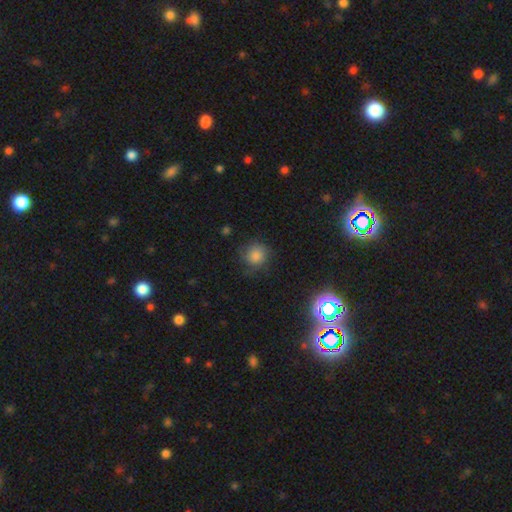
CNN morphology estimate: Q: Smooth or featured?
A: smooth (75%); runner-up: star or artifact (13%)
Q: How rounded?
A: round (88%); runner-up: in between (11%)
Q: Merging?
A: none (70%); runner-up: minor disturbance (20%)